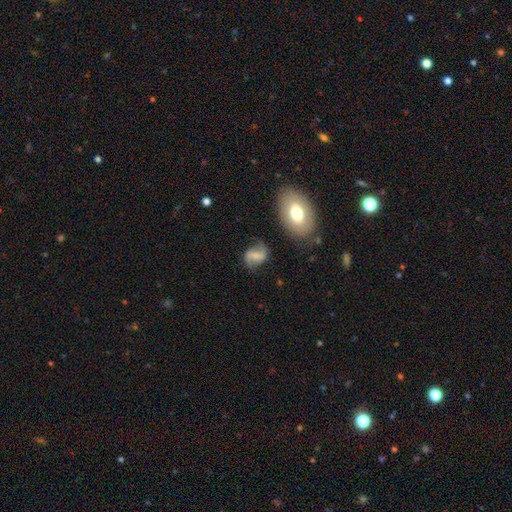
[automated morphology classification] This is likely a featured or disk galaxy (65%). It is clearly not viewed edge-on (97%). Bar: possibly weak (45%). Spiral arm pattern: clearly yes (89%). Spiral arm count: clearly 2 (90%). Spiral winding: possibly loose (60%). Central bulge: possibly small (46%). Merging: likely none (68%).